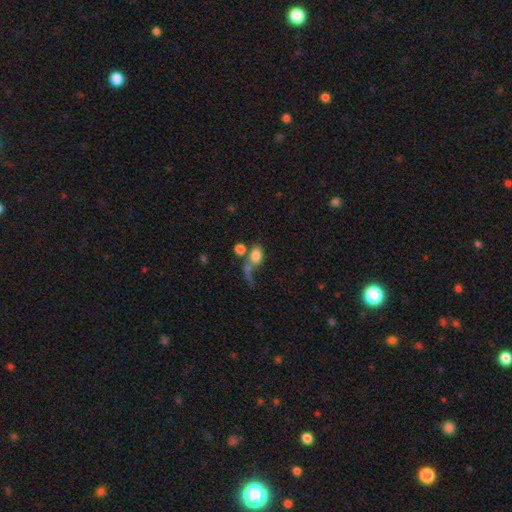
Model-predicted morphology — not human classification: smooth-or-featured: smooth: 68% | featured or disk: 22% | star or artifact: 11%
  how-rounded: in between: 55% | round: 42% | cigar-shaped: 4%
  merging: merger: 36% | major disturbance: 30% | none: 22% | minor disturbance: 11%